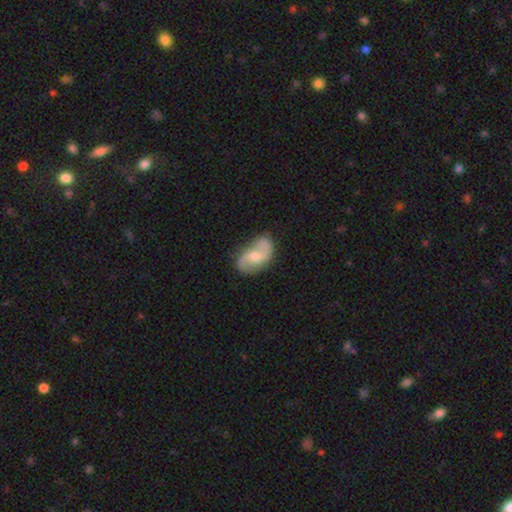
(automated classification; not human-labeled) Smooth or featured: featured or disk — 69% (smooth — 25%)
Edge-on disk: no — 96% (yes — 4%)
Bar: no — 55% (weak — 37%)
Spiral arms: yes — 90% (no — 10%)
Spiral winding: loose — 51% (medium — 36%)
Spiral arm count: 2 — 89% (can't tell — 6%)
Bulge size: moderate — 52% (small — 42%)
Merging: none — 65% (minor disturbance — 21%)